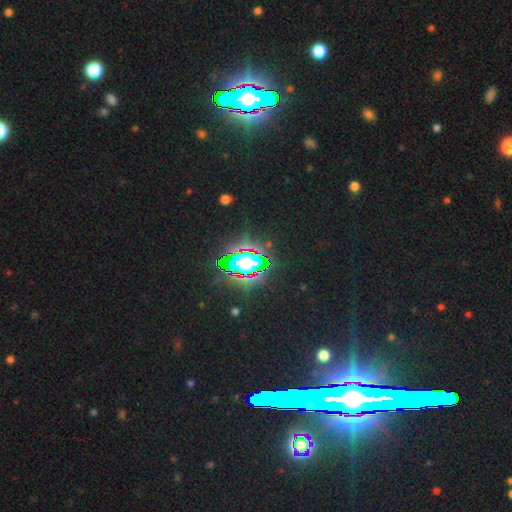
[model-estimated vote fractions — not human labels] This appears to be a star or artifact, not a galaxy (83%).